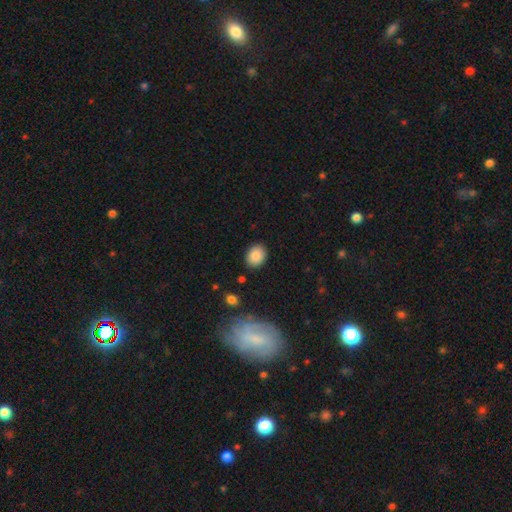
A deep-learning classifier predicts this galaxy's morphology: smooth 86%, star or artifact 8%, featured or disk 5%. Down the decision tree: how rounded — in between (61%); merging — none (88%).